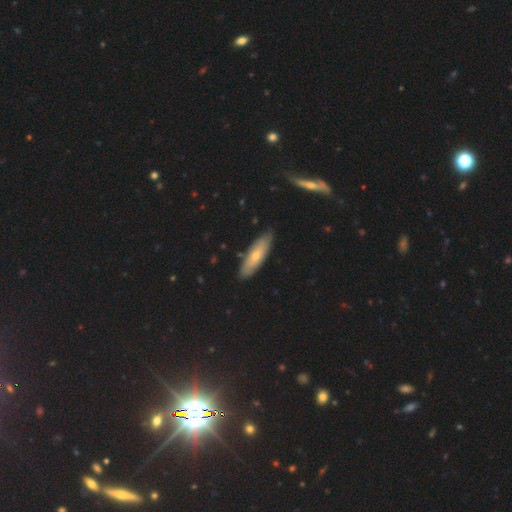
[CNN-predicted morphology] type=smooth (58%); roundness=cigar-shaped (53%); merging=none (83%).